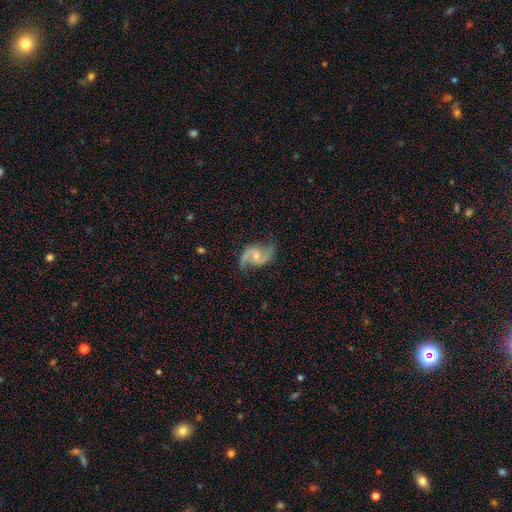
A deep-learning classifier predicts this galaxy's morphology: A featured or disk galaxy (91%) with a weak bar (45%), 2 (94%) loose (48%) spiral arms (98%) and a small central bulge (51%).

Vote fractions:
- Smooth or featured? featured or disk: 91% / smooth: 5% / star or artifact: 5%
- Edge-on disk? no: 98% / yes: 2%
- Bar? weak: 45% / no: 44% / strong: 10%
- Spiral arms? yes: 98% / no: 2%
- Spiral winding? loose: 48% / medium: 43% / tight: 8%
- Spiral arm count? 2: 94% / can't tell: 2% / 1: 2% / 3: 1% / 4: 1% / more than 4: 1%
- Bulge size? small: 51% / moderate: 35% / none: 12% / large: 2% / dominant: 1%
- Merging? none: 78% / minor disturbance: 15% / major disturbance: 6% / merger: 2%